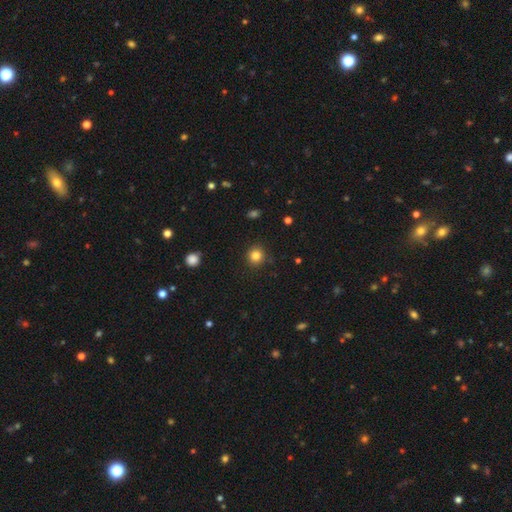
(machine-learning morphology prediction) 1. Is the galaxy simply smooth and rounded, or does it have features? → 83% smooth, 12% star or artifact, 5% featured or disk.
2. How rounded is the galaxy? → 92% round, 7% in between, 1% cigar-shaped.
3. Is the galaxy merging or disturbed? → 90% none, 7% minor disturbance, 2% major disturbance, 1% merger.